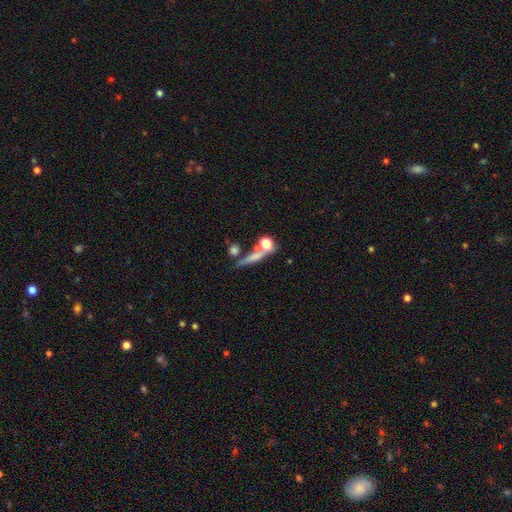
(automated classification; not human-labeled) The model was most divided on "smooth or featured": smooth: 59%, featured or disk: 27%, star or artifact: 13%. More confident: how rounded — cigar-shaped (60%); merging — none (57%).